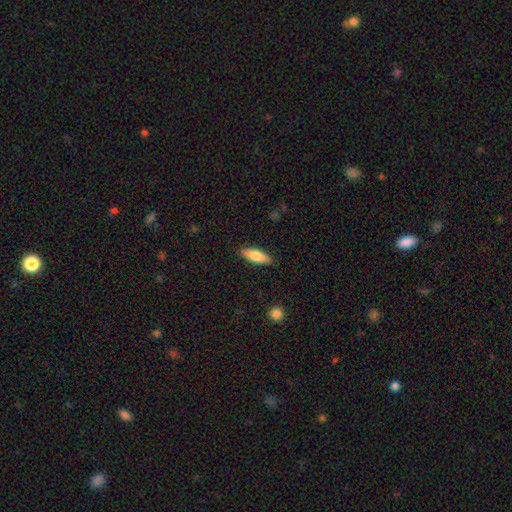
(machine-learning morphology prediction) Overall: smooth (78%). How rounded: in between (60%; cigar-shaped 38%). Merging: none (87%).